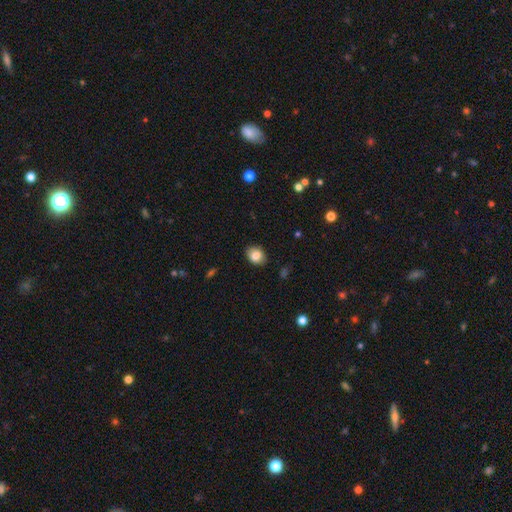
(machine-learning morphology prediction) This is clearly a smooth galaxy (83%). How rounded: possibly in between (55%). Merging: clearly none (85%).